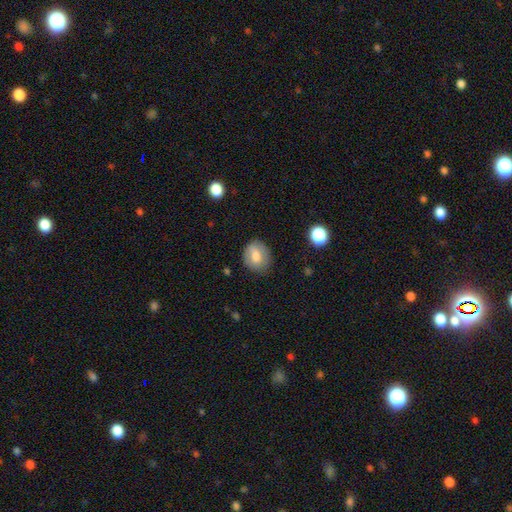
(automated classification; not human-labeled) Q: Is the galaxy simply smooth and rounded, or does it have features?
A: smooth — 68%.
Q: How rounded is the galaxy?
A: round — 59%.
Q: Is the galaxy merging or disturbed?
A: none — 75%.